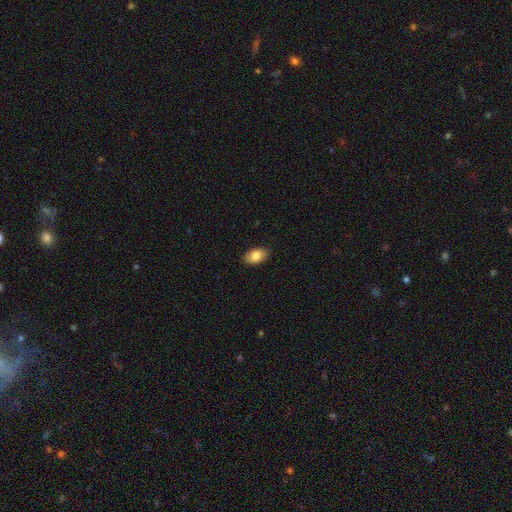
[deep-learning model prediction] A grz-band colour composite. It shows a smooth galaxy with no disk features (85%) that is in between round and cigar-shaped (92%). Merging: none (88%).